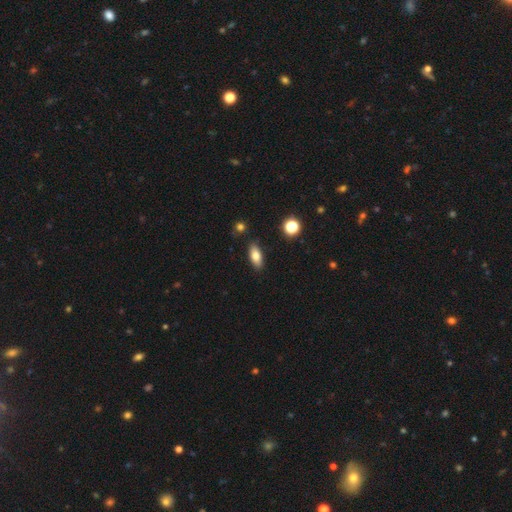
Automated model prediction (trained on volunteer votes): smooth-or-featured: smooth: 76% | featured or disk: 15% | star or artifact: 8%
  how-rounded: in between: 80% | cigar-shaped: 16% | round: 4%
  merging: none: 86% | minor disturbance: 10% | merger: 2% | major disturbance: 2%